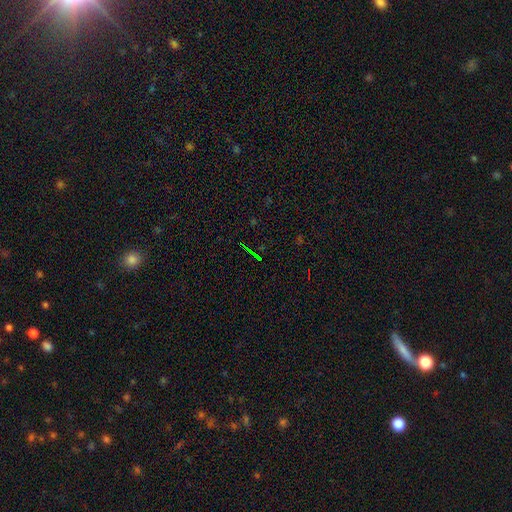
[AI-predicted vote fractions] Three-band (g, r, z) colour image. It shows a star or artifact, not a galaxy (74%).